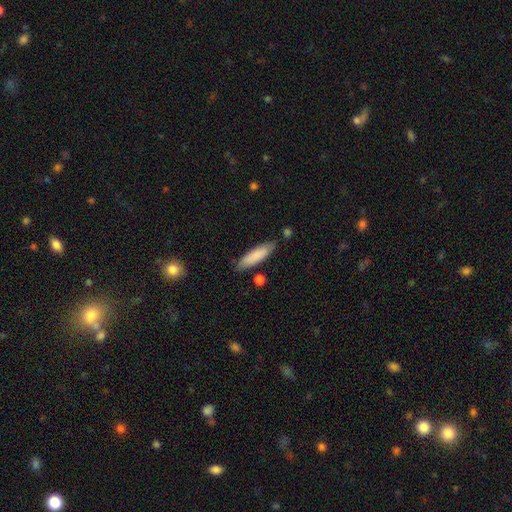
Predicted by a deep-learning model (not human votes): Smooth or featured? smooth (83%)
How rounded? cigar-shaped (64%)
Merging? none (80%)